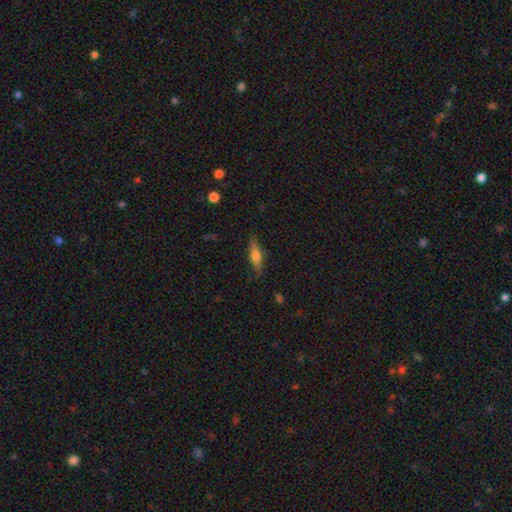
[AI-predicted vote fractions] Smooth or featured? smooth (60%)
How rounded? cigar-shaped (61%)
Merging? none (81%)